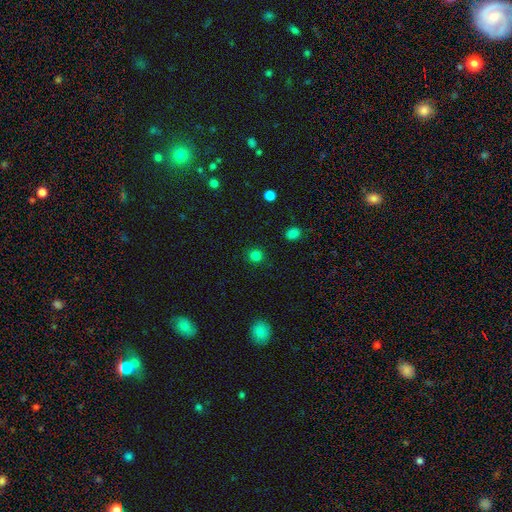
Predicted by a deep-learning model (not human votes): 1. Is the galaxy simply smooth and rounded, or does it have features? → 81% smooth, 15% star or artifact, 4% featured or disk.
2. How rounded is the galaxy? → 93% round, 6% in between, 1% cigar-shaped.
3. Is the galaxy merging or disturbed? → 91% none, 6% minor disturbance, 2% major disturbance, 1% merger.